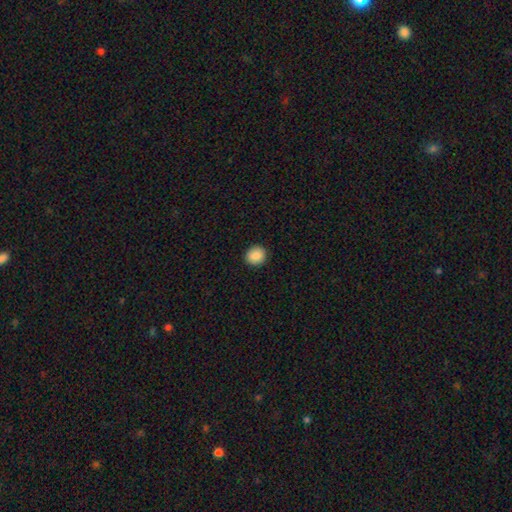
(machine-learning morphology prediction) This appears to be a smooth galaxy with no disk features (89%) that is round (83%). Merging: none (92%).